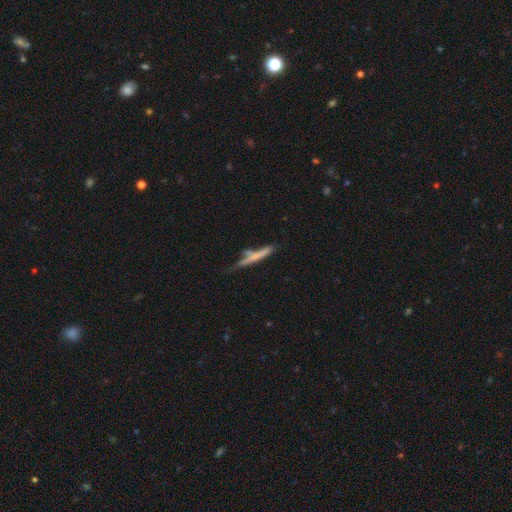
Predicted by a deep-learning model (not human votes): smooth 56%, featured or disk 37%, star or artifact 8%. Down the decision tree: how rounded — cigar-shaped (92%); merging — none (51%).